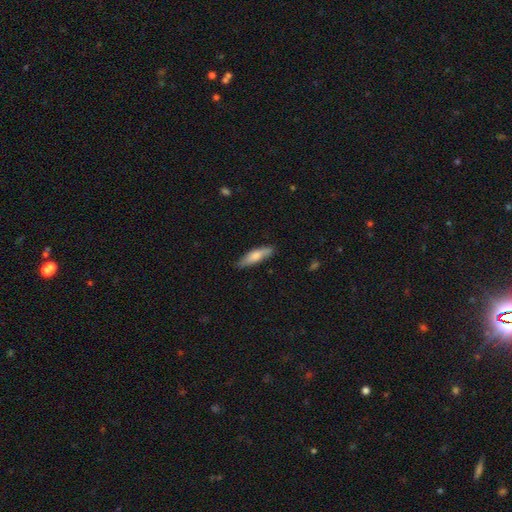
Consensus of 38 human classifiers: This appears to be a smooth galaxy with no disk features (74%) that is cigar-shaped (57%). Merging: none (75%).